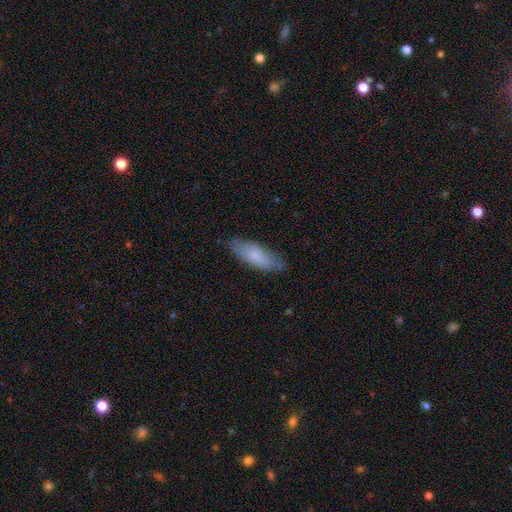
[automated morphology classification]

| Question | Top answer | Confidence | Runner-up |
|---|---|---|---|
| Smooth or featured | smooth | 78% | featured or disk (16%) |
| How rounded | in between | 58% | cigar-shaped (41%) |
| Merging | none | 81% | minor disturbance (16%) |